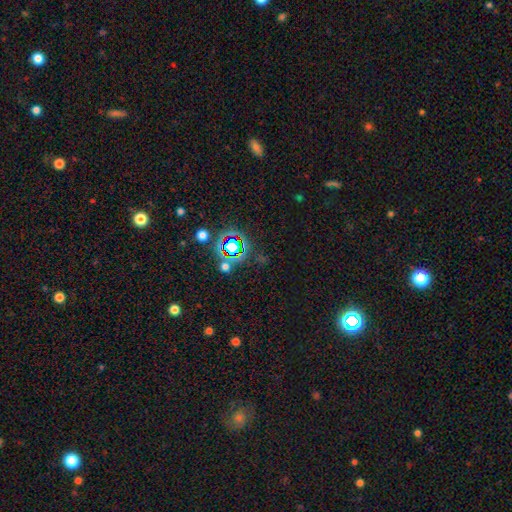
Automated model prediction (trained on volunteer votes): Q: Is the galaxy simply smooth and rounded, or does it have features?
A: star or artifact — 75%.